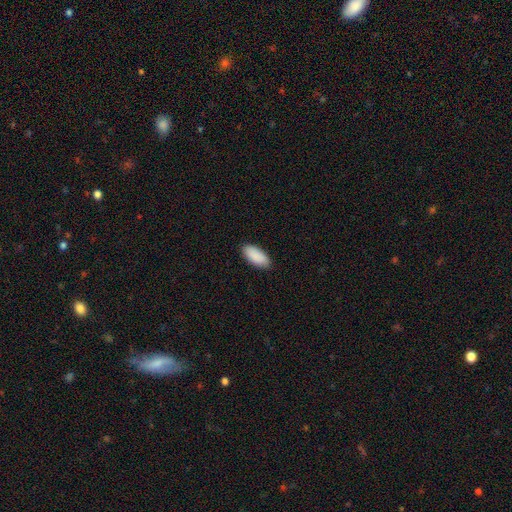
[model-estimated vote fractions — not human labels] Overall: smooth (91%). How rounded: in between (91%). Merging: none (88%).